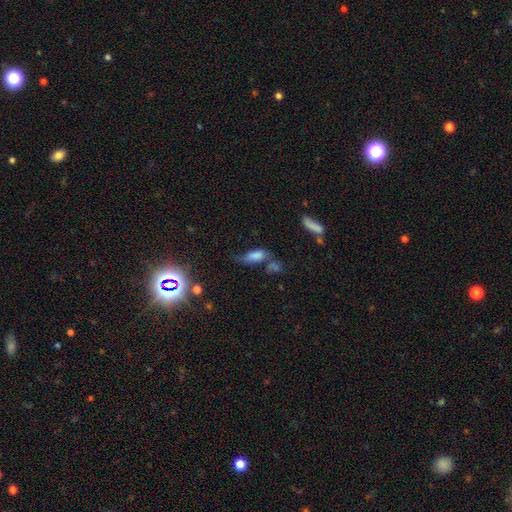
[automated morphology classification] Overall: smooth (72%). How rounded: in between (79%). Merging: none (34%; minor disturbance 26%).